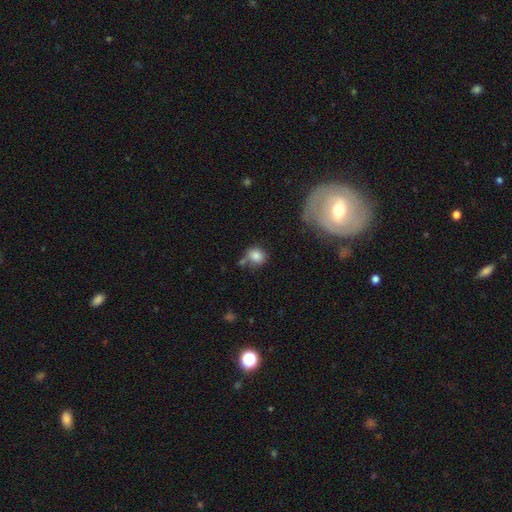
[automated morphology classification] smooth_or_featured: smooth (p=0.84) [alt: star or artifact p=0.10]
how_rounded: round (p=0.77) [alt: in between p=0.22]
merging: none (p=0.62) [alt: minor disturbance p=0.17]